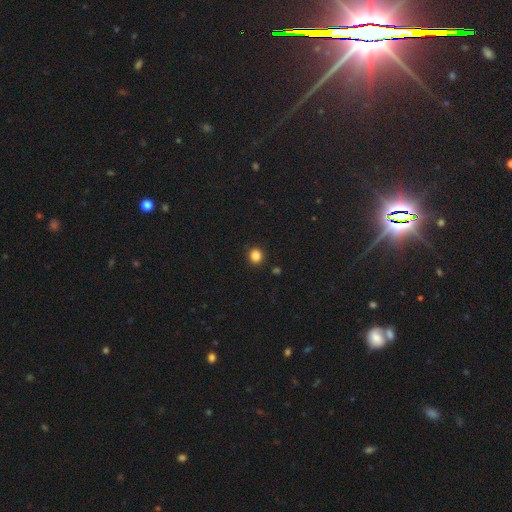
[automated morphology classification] smooth 85%, star or artifact 12%, featured or disk 3%. Down the decision tree: how rounded — round (89%); merging — none (91%).